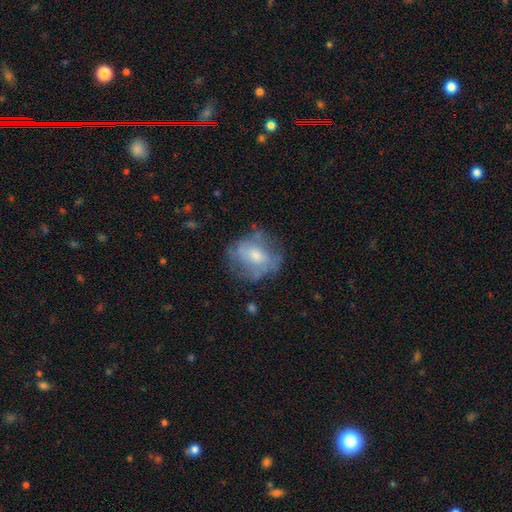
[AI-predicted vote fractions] smooth-or-featured: featured or disk: 48% | smooth: 42% | star or artifact: 9%
  merging: none: 59% | minor disturbance: 24% | major disturbance: 16% | merger: 2%